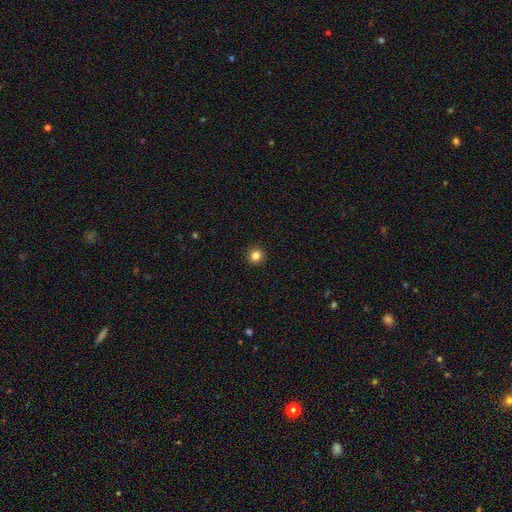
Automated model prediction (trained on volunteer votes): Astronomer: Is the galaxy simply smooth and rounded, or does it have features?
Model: smooth — 84%.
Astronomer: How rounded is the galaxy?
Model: round — 93%.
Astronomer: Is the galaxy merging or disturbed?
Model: none — 93%.